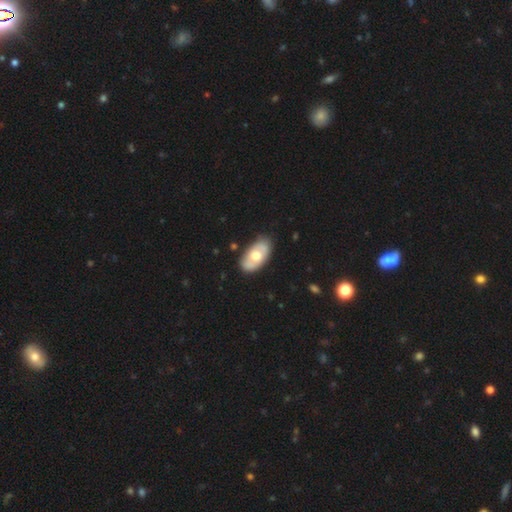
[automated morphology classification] smooth-or-featured: smooth: 53% | featured or disk: 43% | star or artifact: 5%
  how-rounded: in between: 93% | round: 5% | cigar-shaped: 2%
  merging: none: 80% | minor disturbance: 15% | major disturbance: 3% | merger: 2%